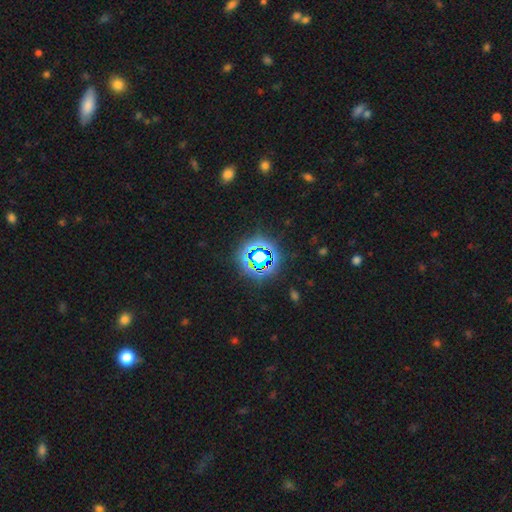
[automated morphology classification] type=star or artifact (77%).